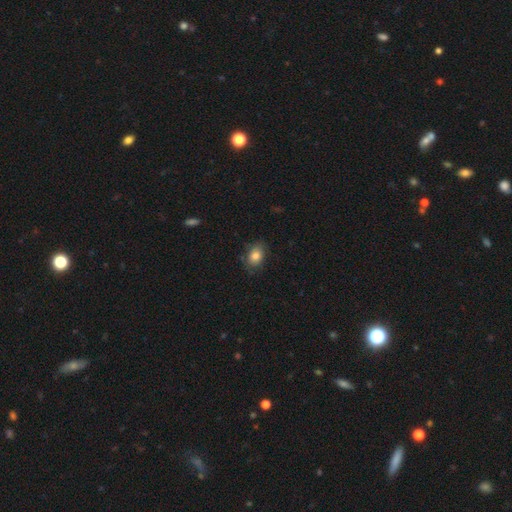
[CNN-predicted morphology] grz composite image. It shows a smooth galaxy with no disk features (77%) that is in between round and cigar-shaped (73%). Merging: none (75%).